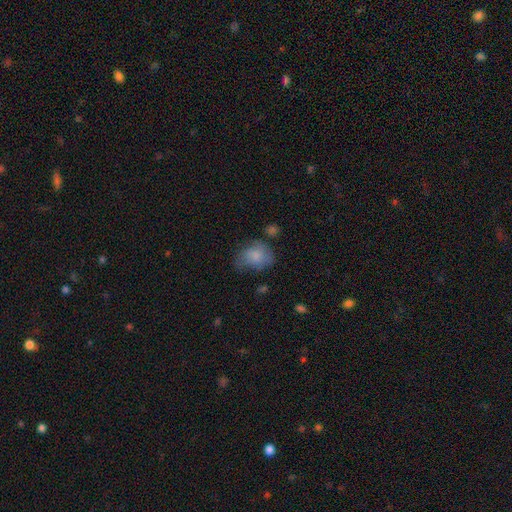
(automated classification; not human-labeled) Morphology: type=smooth (75%); roundness=in between (57%); merging=none (42%).